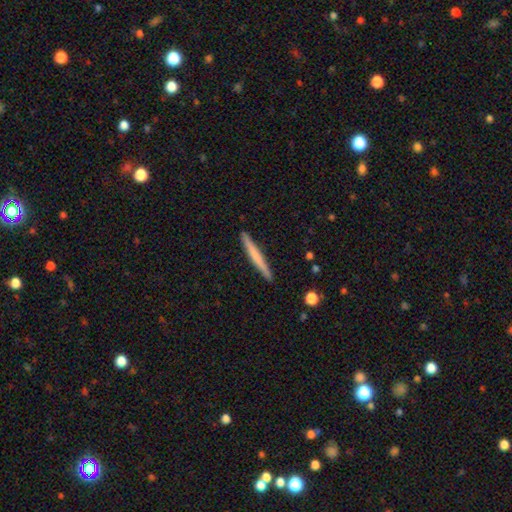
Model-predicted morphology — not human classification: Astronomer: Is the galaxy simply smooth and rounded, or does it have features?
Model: smooth — 60%.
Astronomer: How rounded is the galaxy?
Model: cigar-shaped — 97%.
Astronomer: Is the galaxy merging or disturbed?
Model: none — 92%.